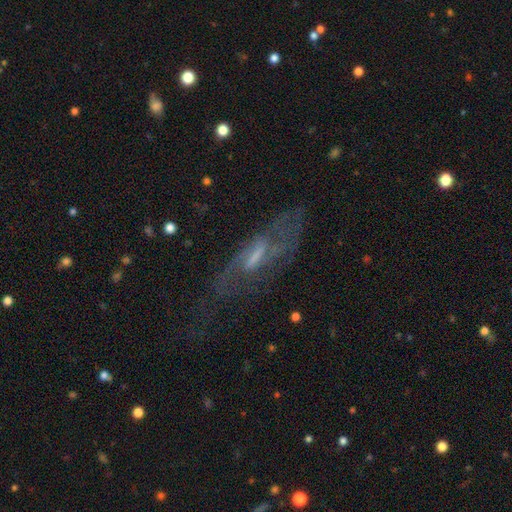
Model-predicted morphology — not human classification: Smooth or featured: featured or disk — 73% (smooth — 18%)
Edge-on disk: no — 78% (yes — 22%)
Bar: weak — 47% (strong — 33%)
Spiral arms: yes — 79% (no — 21%)
Bulge size: moderate — 33% (small — 32%)
Merging: none — 55% (major disturbance — 23%)